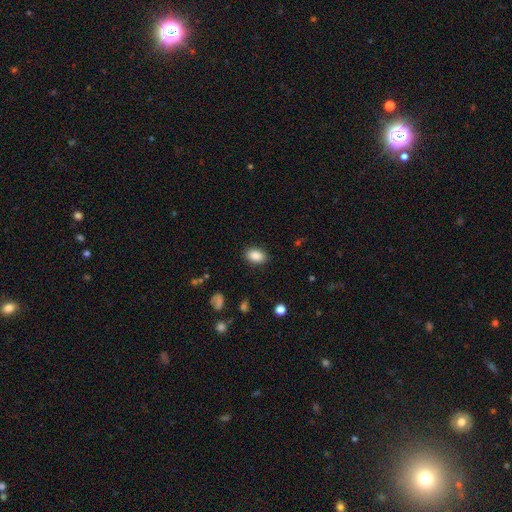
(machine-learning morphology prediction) Smooth or featured? smooth (88%)
How rounded? in between (87%)
Merging? none (88%)